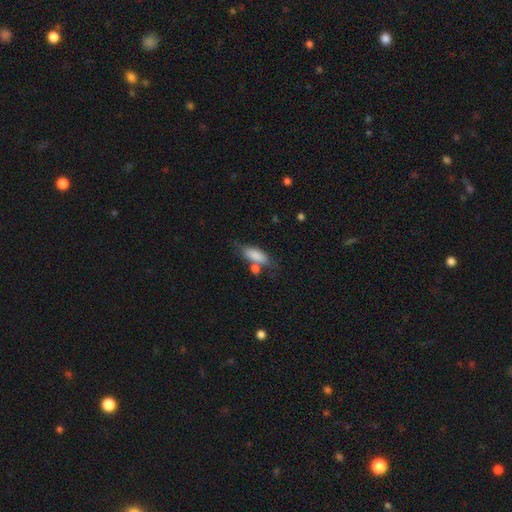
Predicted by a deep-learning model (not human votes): This appears to be a smooth galaxy with no disk features (83%) that is in between round and cigar-shaped (74%). Merging: none (58%).